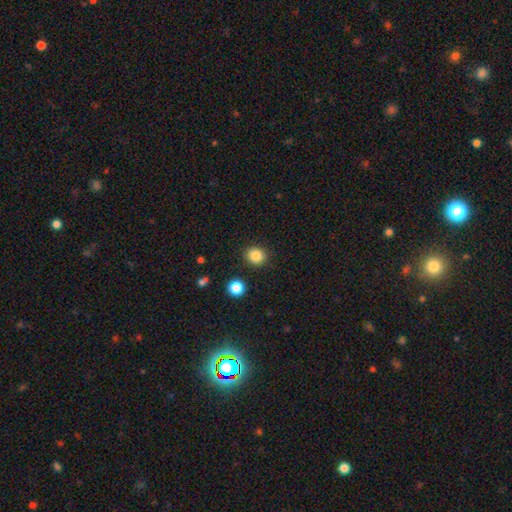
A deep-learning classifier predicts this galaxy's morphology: Smooth or featured? smooth (84%)
How rounded? round (81%)
Merging? none (89%)